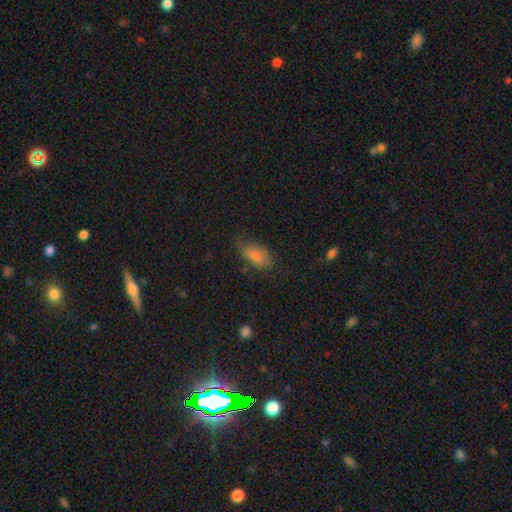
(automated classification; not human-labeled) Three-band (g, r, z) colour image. It shows a smooth galaxy with no disk features (78%) that is in between round and cigar-shaped (89%). Merging: none (58%).